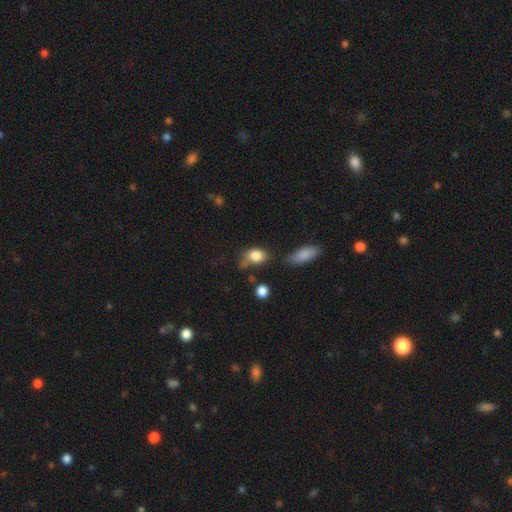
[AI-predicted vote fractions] A smooth galaxy with no disk features (82%) that is in between round and cigar-shaped (66%).

Vote fractions:
- Smooth or featured? smooth: 82% / featured or disk: 9% / star or artifact: 9%
- How rounded? in between: 66% / round: 31% / cigar-shaped: 2%
- Merging? none: 41% / minor disturbance: 31% / major disturbance: 15% / merger: 13%